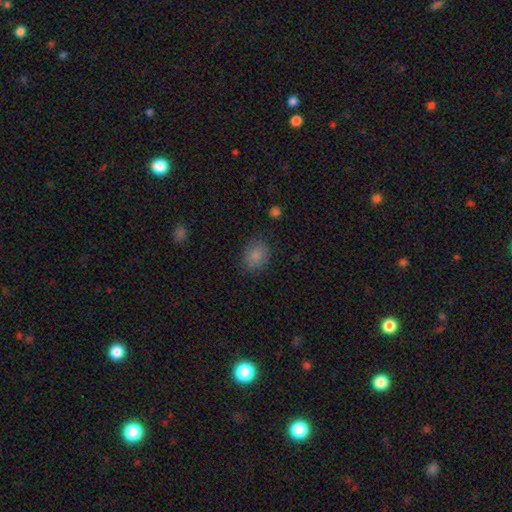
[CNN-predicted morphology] Overall: smooth (83%). How rounded: in between (60%; round 39%). Merging: none (77%).